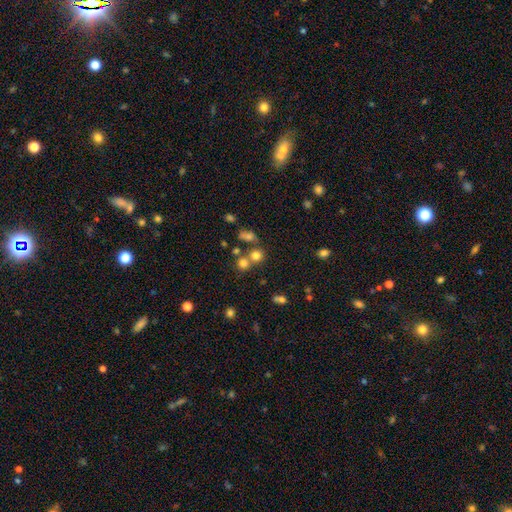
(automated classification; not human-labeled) Smooth or featured: smooth — 72% (star or artifact — 18%)
How rounded: round — 86% (in between — 13%)
Merging: none — 58% (merger — 30%)